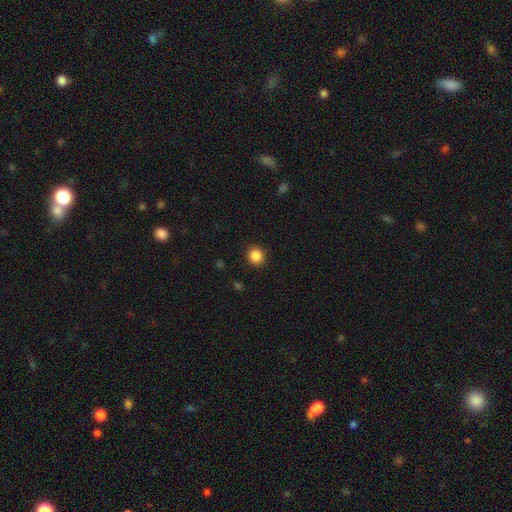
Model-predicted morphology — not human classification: Smooth or featured? Predicted: smooth (p=0.86). How rounded? Predicted: round (p=0.90). Merging? Predicted: none (p=0.91).